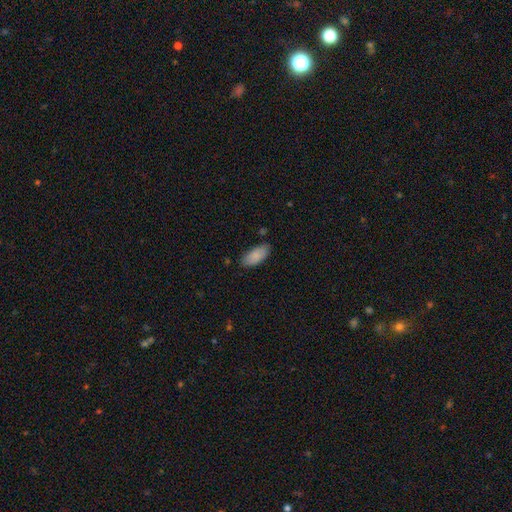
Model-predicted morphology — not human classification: smooth_or_featured: smooth (p=0.88) [alt: star or artifact p=0.06]
how_rounded: in between (p=0.88) [alt: cigar-shaped p=0.10]
merging: none (p=0.81) [alt: minor disturbance p=0.15]